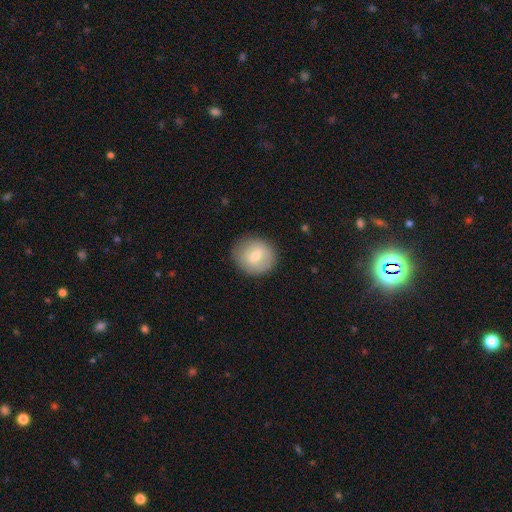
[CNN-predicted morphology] Smooth or featured? Predicted: smooth (p=0.66). How rounded? Predicted: round (p=0.84). Merging? Predicted: none (p=0.85).